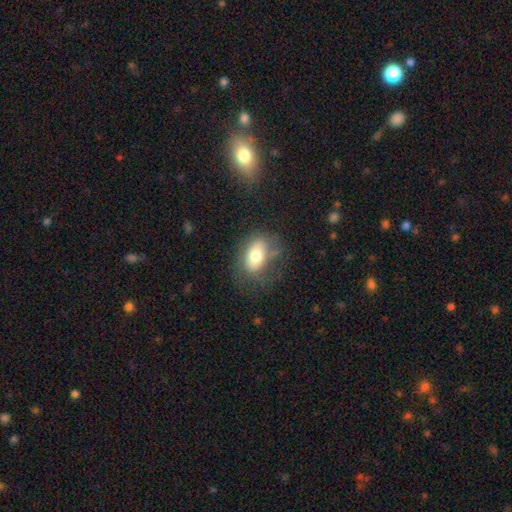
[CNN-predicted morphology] Smooth or featured? Predicted: smooth (p=0.68). How rounded? Predicted: in between (p=0.85). Merging? Predicted: none (p=0.54).